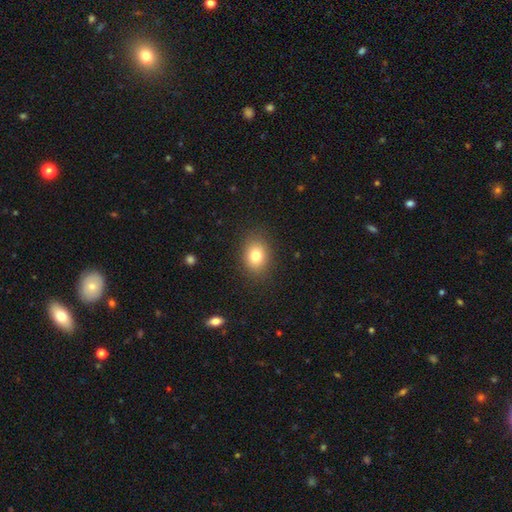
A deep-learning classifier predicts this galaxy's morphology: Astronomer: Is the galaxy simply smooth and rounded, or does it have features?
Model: smooth — 80%.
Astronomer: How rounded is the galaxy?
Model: in between — 59% (runner-up: round, 40%).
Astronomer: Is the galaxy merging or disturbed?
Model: none — 86%.